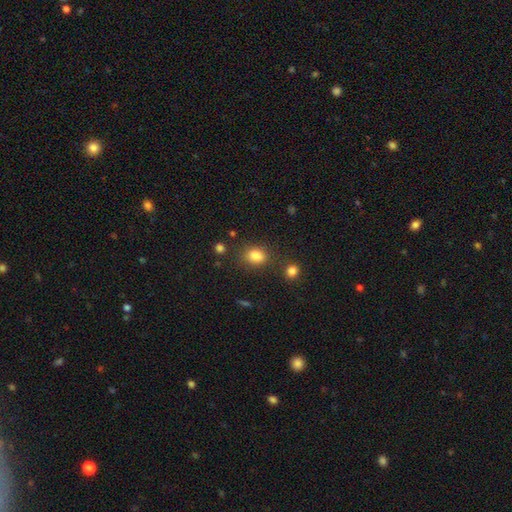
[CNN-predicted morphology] smooth 84%, star or artifact 11%, featured or disk 5%. Down the decision tree: how rounded — in between (62%); merging — none (73%).